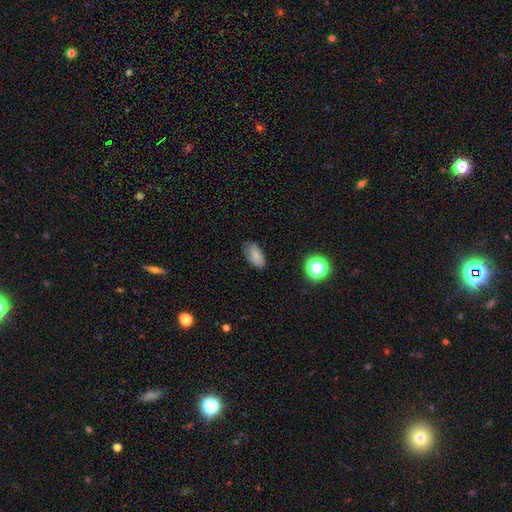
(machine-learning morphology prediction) This appears to be a smooth galaxy with no disk features (82%) that is in between round and cigar-shaped (91%). Merging: none (77%).